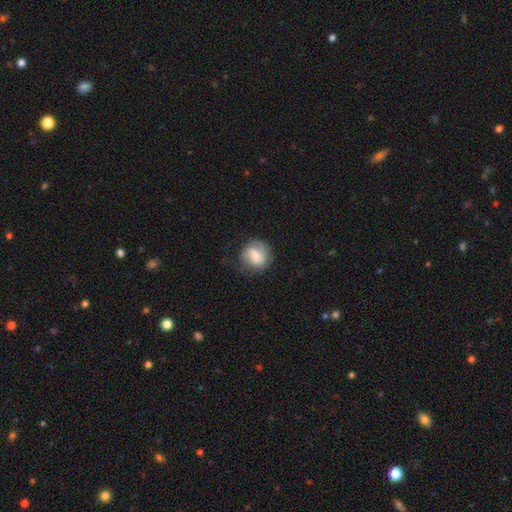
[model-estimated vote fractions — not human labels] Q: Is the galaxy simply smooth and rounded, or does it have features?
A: smooth — 64%.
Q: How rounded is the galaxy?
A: round — 81%.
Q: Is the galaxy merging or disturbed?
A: none — 61%.